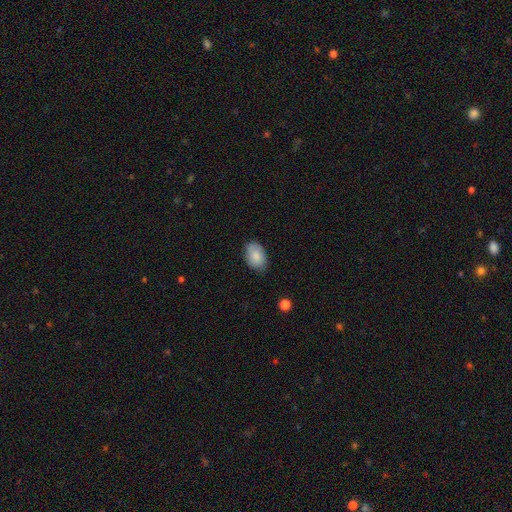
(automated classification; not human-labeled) Smooth or featured? Predicted: smooth (p=0.83). How rounded? Predicted: in between (p=0.86). Merging? Predicted: none (p=0.77).